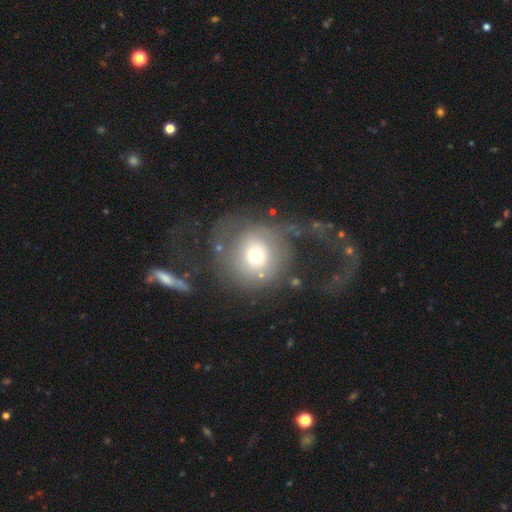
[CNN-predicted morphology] Smooth or featured? smooth (49%)
Merging? major disturbance (49%)